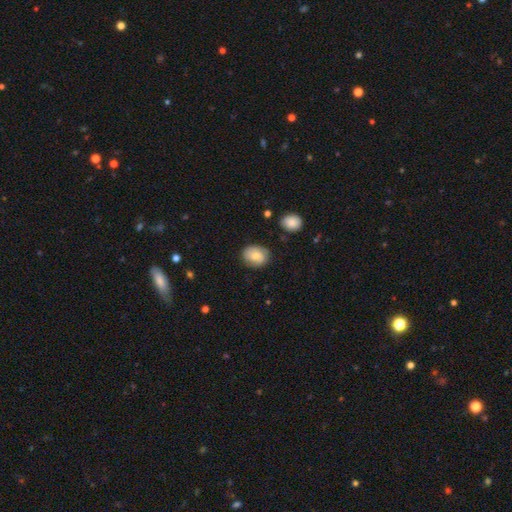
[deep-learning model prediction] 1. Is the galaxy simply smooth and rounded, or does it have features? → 52% smooth, 40% featured or disk, 8% star or artifact.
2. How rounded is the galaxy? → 50% round, 49% in between, 1% cigar-shaped.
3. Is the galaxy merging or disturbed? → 76% none, 17% minor disturbance, 5% major disturbance, 2% merger.